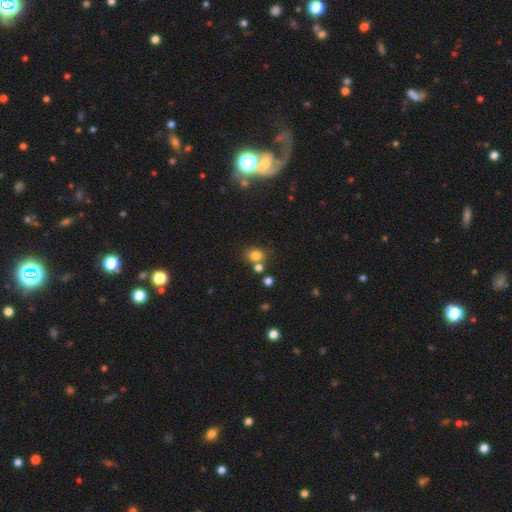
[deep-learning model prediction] A smooth galaxy with no disk features (79%) that is round (59%).

Vote fractions:
- Smooth or featured? smooth: 79% / star or artifact: 14% / featured or disk: 7%
- How rounded? round: 59% / in between: 40% / cigar-shaped: 1%
- Merging? none: 63% / merger: 22% / minor disturbance: 11% / major disturbance: 4%